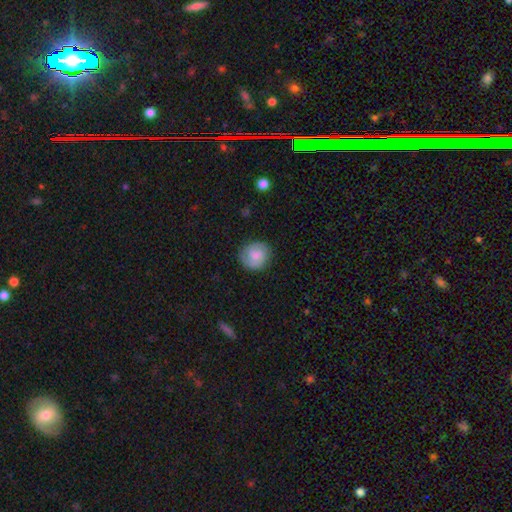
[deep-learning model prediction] A smooth galaxy with no disk features (49%). Merging: none (81%).